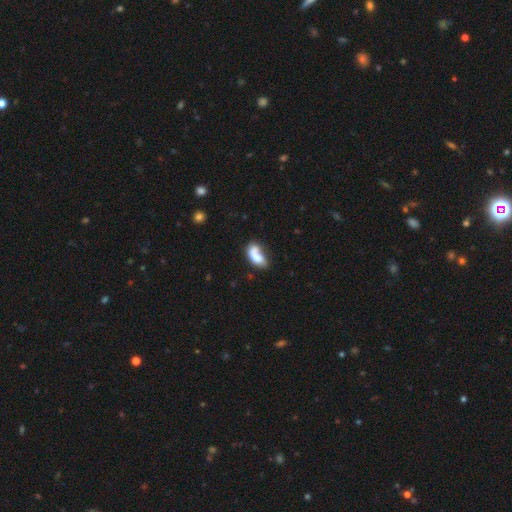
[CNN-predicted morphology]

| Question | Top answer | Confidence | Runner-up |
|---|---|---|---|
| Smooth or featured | smooth | 68% | featured or disk (24%) |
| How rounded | in between | 88% | cigar-shaped (7%) |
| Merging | merger | 35% | none (30%) |